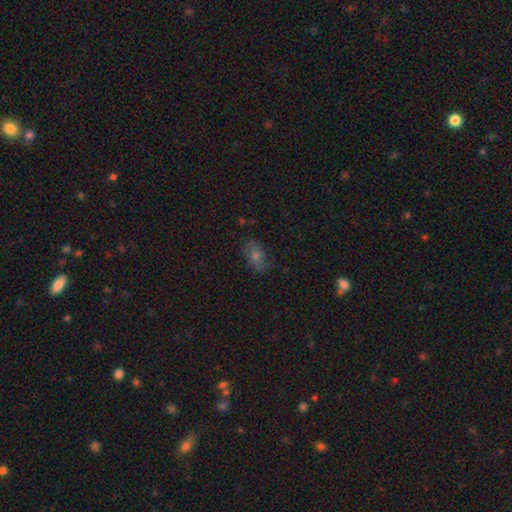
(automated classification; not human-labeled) Overall: smooth (49%; featured or disk 29%). Merging: none (78%).